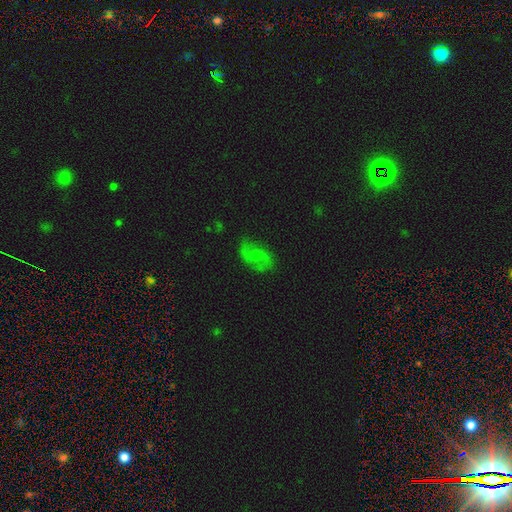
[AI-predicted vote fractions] Overall: featured or disk (60%; smooth 25%). Edge-on disk: no (96%). Bar: no (60%; weak 34%). Spiral arms: yes (82%). Bulge size: small (48%; moderate 44%). Merging: none (74%).